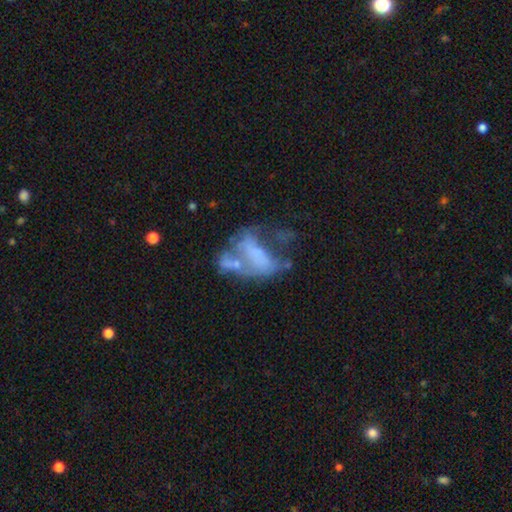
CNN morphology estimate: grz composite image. It shows a featured or disk galaxy (57%) with no bar (78%), no spiral arms (85%) and no central bulge (66%). Merging: major disturbance (38%).